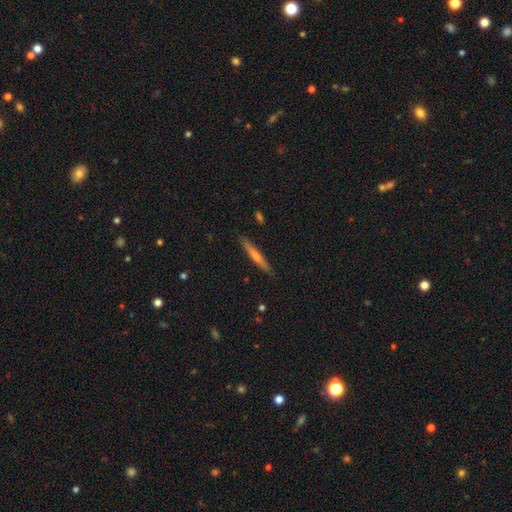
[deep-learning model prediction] Smooth or featured?
  - featured or disk: 52% *
  - smooth: 42%
  - star or artifact: 6%
Edge-on disk?
  - yes: 96% *
  - no: 4%
Edge-on bulge?
  - rounded: 63% *
  - none: 33%
  - boxy: 4%
Merging?
  - none: 90% *
  - minor disturbance: 7%
  - major disturbance: 1%
  - merger: 1%